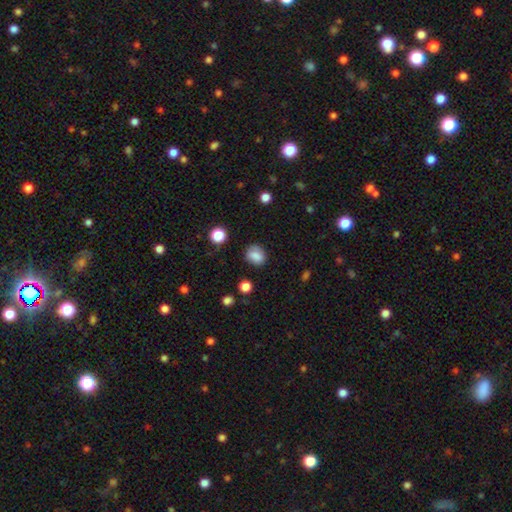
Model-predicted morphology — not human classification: smooth-or-featured: smooth: 81% | star or artifact: 10% | featured or disk: 9%
  how-rounded: round: 57% | in between: 42% | cigar-shaped: 1%
  merging: none: 75% | minor disturbance: 18% | major disturbance: 5% | merger: 3%